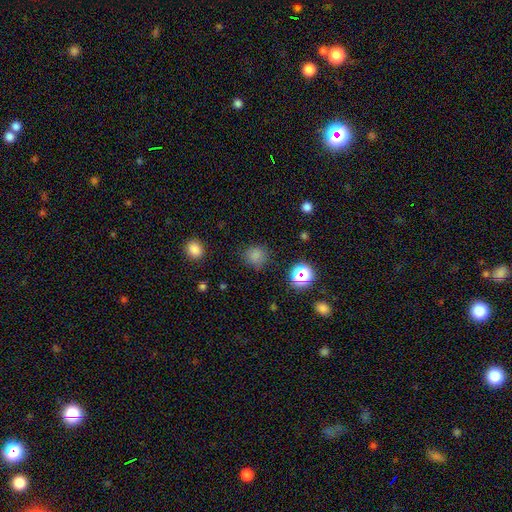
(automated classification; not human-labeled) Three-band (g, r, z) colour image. It shows a smooth galaxy with no disk features (76%) that is round (88%). Merging: none (82%).